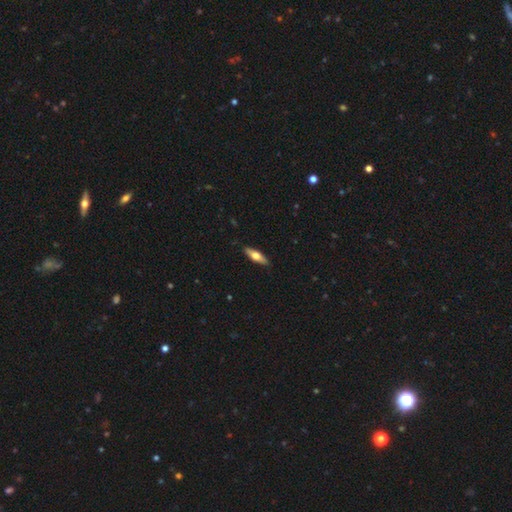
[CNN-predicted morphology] Smooth or featured: smooth — 54% (featured or disk — 40%)
How rounded: cigar-shaped — 51% (in between — 46%)
Merging: none — 89% (minor disturbance — 9%)